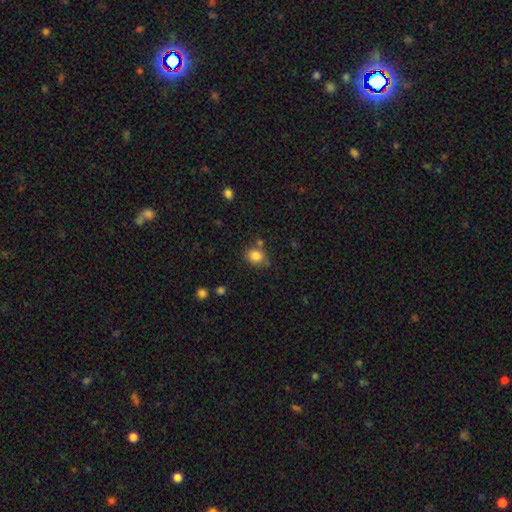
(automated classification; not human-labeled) Overall: smooth (84%). How rounded: round (61%; in between 38%). Merging: none (70%).